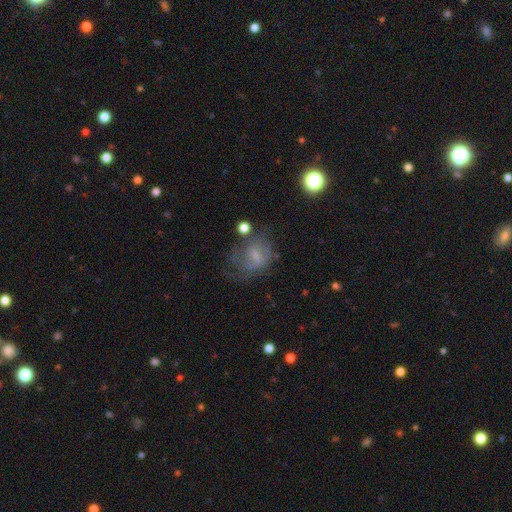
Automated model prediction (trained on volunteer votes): Q: Smooth or featured?
A: smooth (45%); runner-up: featured or disk (40%)
Q: Merging?
A: none (38%); runner-up: major disturbance (33%)